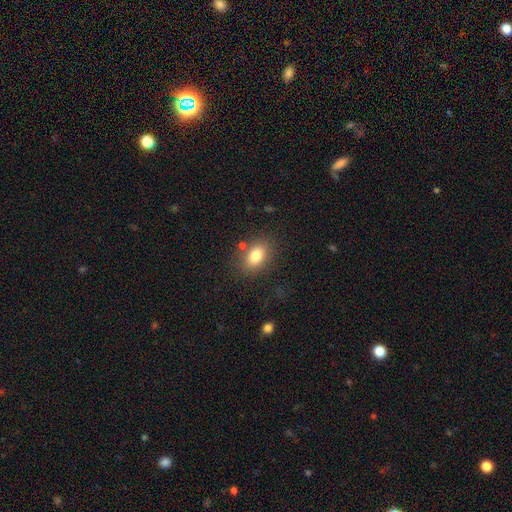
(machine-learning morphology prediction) Q: Smooth or featured?
A: smooth (81%); runner-up: featured or disk (10%)
Q: How rounded?
A: in between (80%); runner-up: round (18%)
Q: Merging?
A: none (78%); runner-up: minor disturbance (13%)